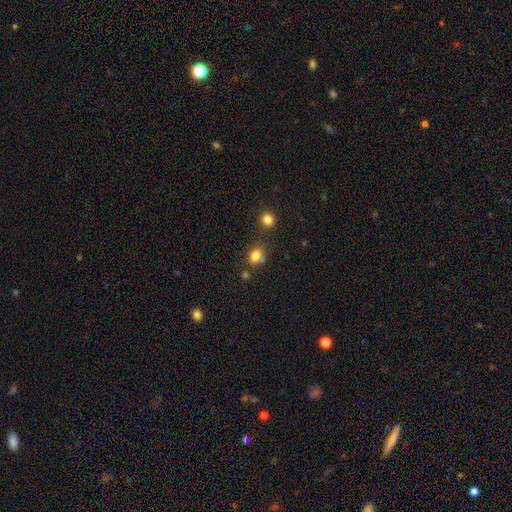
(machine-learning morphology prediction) Smooth or featured? smooth (80%)
How rounded? round (50%)
Merging? none (58%)